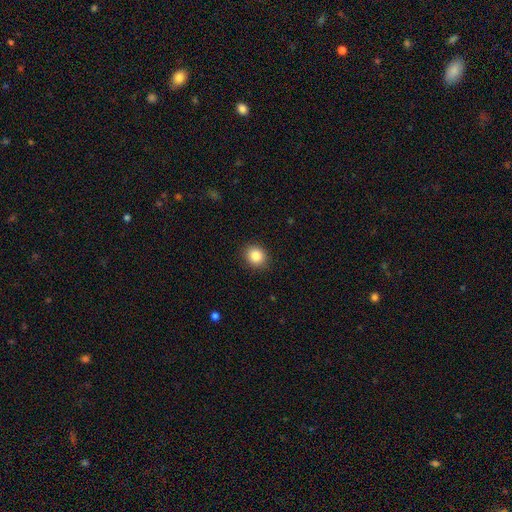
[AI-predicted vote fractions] Morphology: type=smooth (85%); roundness=round (70%); merging=none (90%).